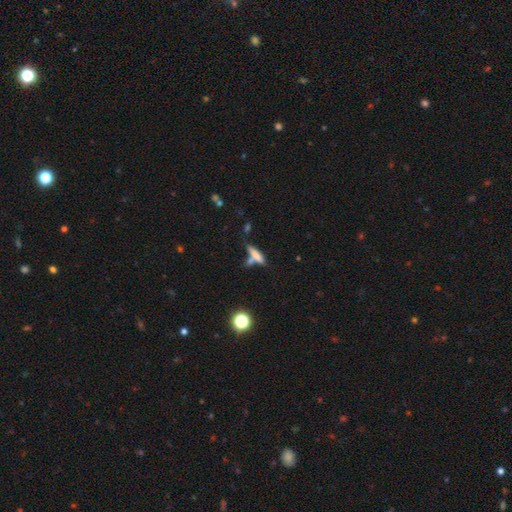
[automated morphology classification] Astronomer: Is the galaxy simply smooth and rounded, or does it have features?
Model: smooth — 67%.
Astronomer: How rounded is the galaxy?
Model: cigar-shaped — 74%.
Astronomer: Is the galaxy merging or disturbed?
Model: none — 49% (runner-up: merger, 30%).